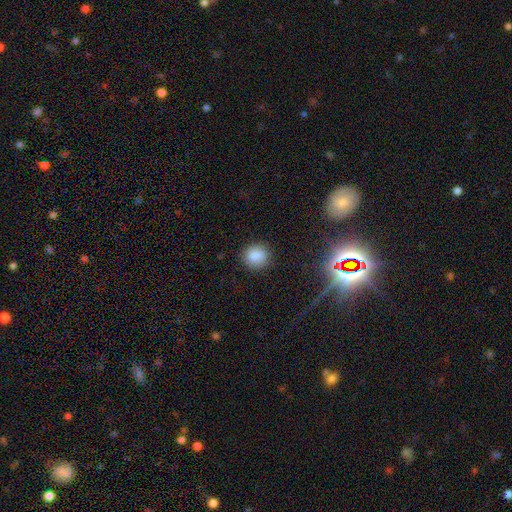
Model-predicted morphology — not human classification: Smooth or featured: smooth — 85% (star or artifact — 10%)
How rounded: round — 81% (in between — 18%)
Merging: none — 84% (minor disturbance — 11%)